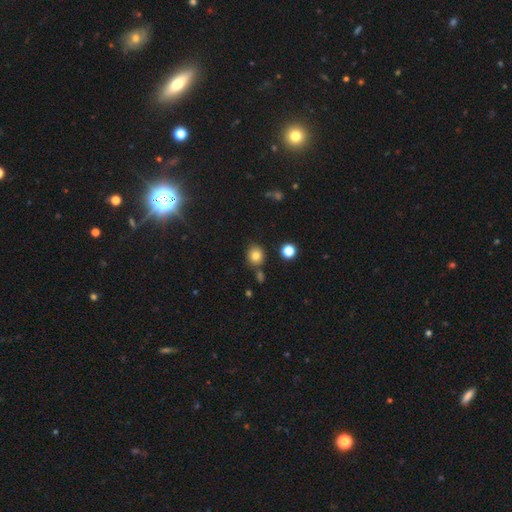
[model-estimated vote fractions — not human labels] This appears to be a smooth galaxy with no disk features (80%) that is round (80%). Merging: none (79%).